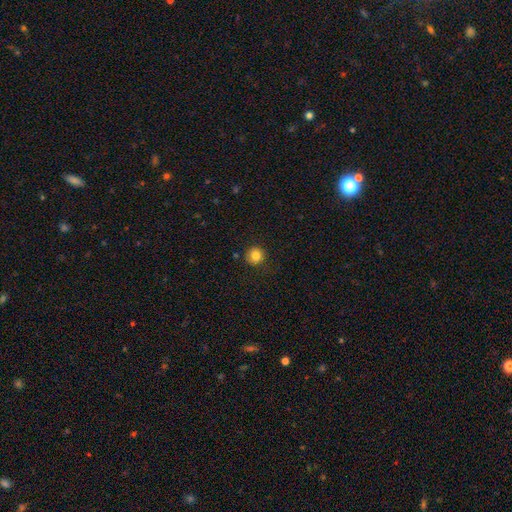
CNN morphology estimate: Smooth or featured? Predicted: smooth (p=0.84). How rounded? Predicted: round (p=0.92). Merging? Predicted: none (p=0.87).